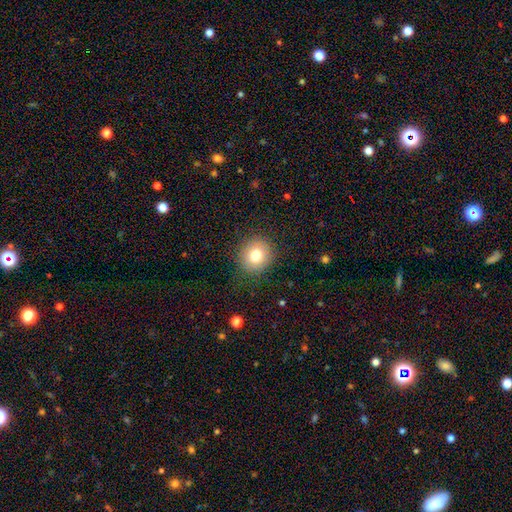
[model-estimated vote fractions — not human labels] smooth_or_featured: smooth (p=0.78) [alt: star or artifact p=0.11]
how_rounded: round (p=0.86) [alt: in between p=0.13]
merging: none (p=0.88) [alt: minor disturbance p=0.08]